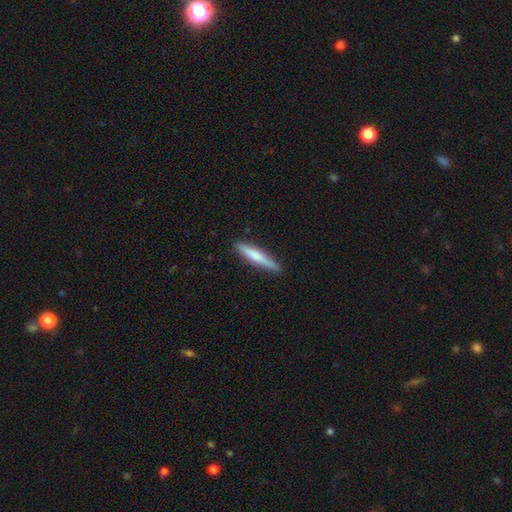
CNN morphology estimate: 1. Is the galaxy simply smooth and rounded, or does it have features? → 61% smooth, 34% featured or disk, 5% star or artifact.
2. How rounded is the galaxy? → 92% cigar-shaped, 7% in between, 1% round.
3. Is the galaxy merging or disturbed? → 89% none, 8% minor disturbance, 2% major disturbance, 1% merger.